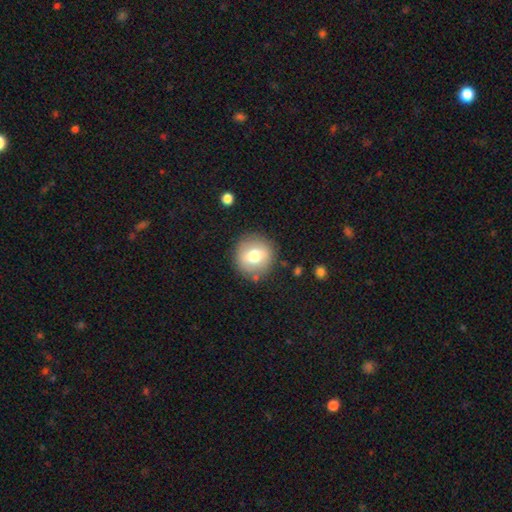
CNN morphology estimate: This is likely a smooth galaxy (68%). How rounded: clearly round (90%). Merging: clearly none (87%).